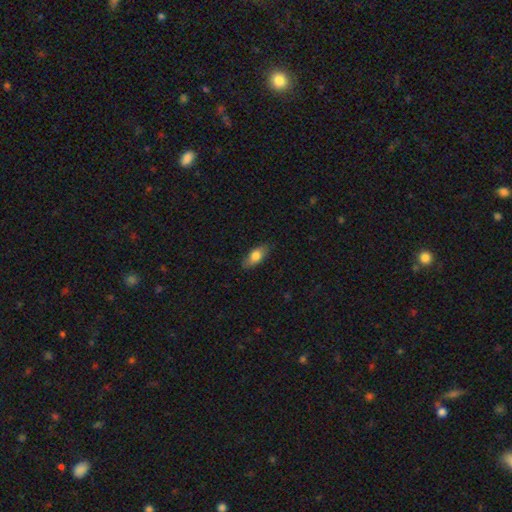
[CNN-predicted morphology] Smooth or featured?
  - smooth: 75% *
  - featured or disk: 18%
  - star or artifact: 7%
How rounded?
  - in between: 80% *
  - cigar-shaped: 16%
  - round: 4%
Merging?
  - none: 84% *
  - minor disturbance: 12%
  - major disturbance: 3%
  - merger: 1%